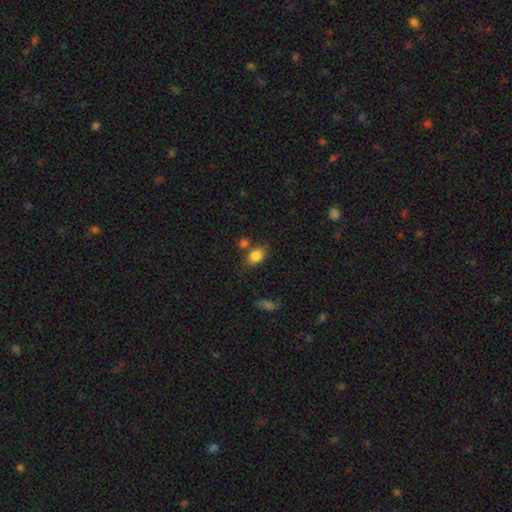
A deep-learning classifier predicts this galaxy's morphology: type=smooth (83%); roundness=in between (76%); merging=none (68%).